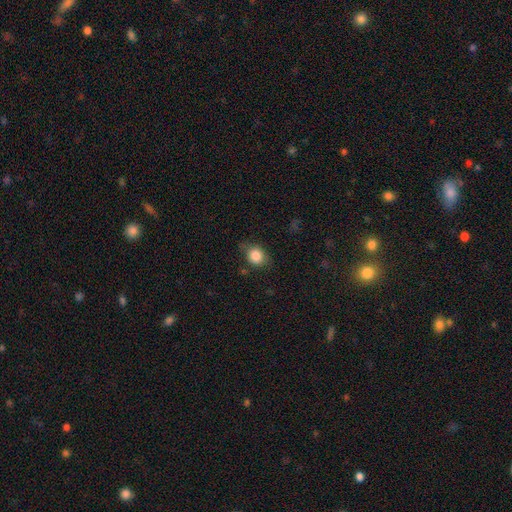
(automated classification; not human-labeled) Q: Smooth or featured?
A: smooth (84%); runner-up: star or artifact (9%)
Q: How rounded?
A: round (59%); runner-up: in between (40%)
Q: Merging?
A: none (71%); runner-up: minor disturbance (21%)